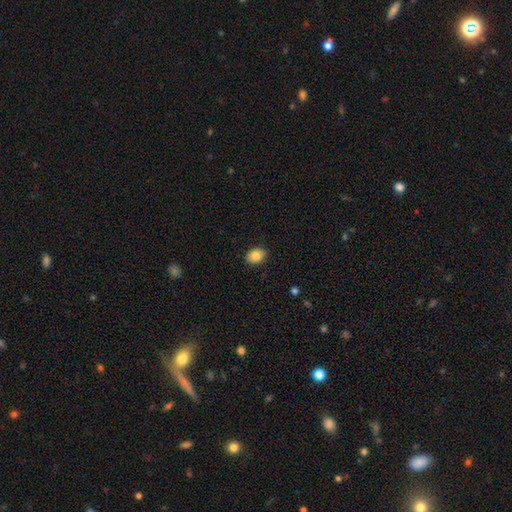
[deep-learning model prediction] Overall: smooth (87%). How rounded: in between (62%; round 37%). Merging: none (88%).